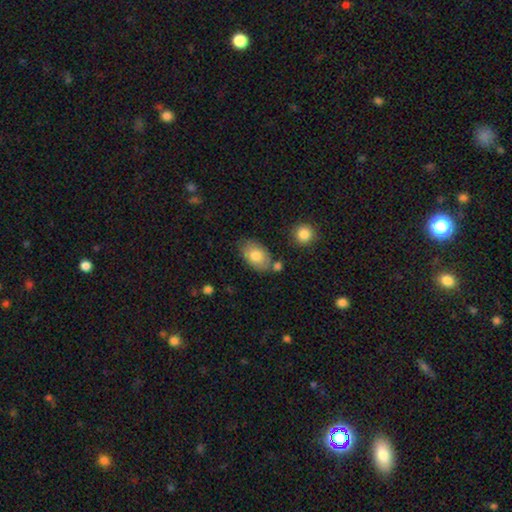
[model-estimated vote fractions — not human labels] This is likely a smooth galaxy (78%). How rounded: clearly in between (88%). Merging: likely none (70%).